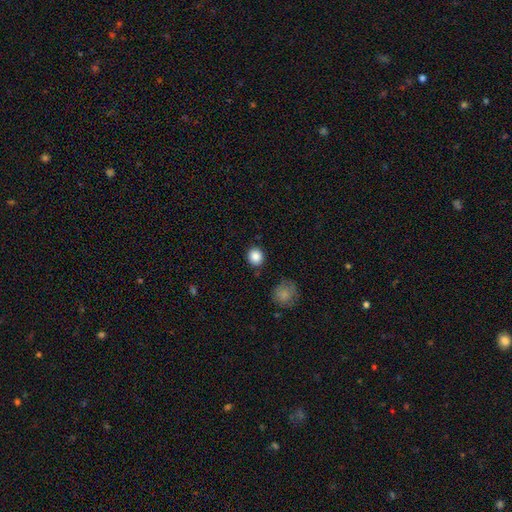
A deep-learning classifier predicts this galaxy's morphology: Smooth or featured?
  - smooth: 87% *
  - star or artifact: 9%
  - featured or disk: 4%
How rounded?
  - round: 85% *
  - in between: 14%
  - cigar-shaped: 1%
Merging?
  - none: 87% *
  - minor disturbance: 8%
  - merger: 2%
  - major disturbance: 2%